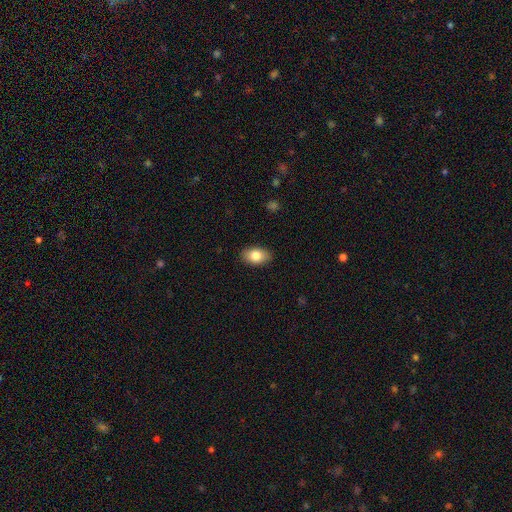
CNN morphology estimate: A smooth galaxy with no disk features (83%) that is in between round and cigar-shaped (90%).

Vote fractions:
- Smooth or featured? smooth: 83% / featured or disk: 10% / star or artifact: 7%
- How rounded? in between: 90% / round: 8% / cigar-shaped: 1%
- Merging? none: 89% / minor disturbance: 8% / major disturbance: 2% / merger: 1%